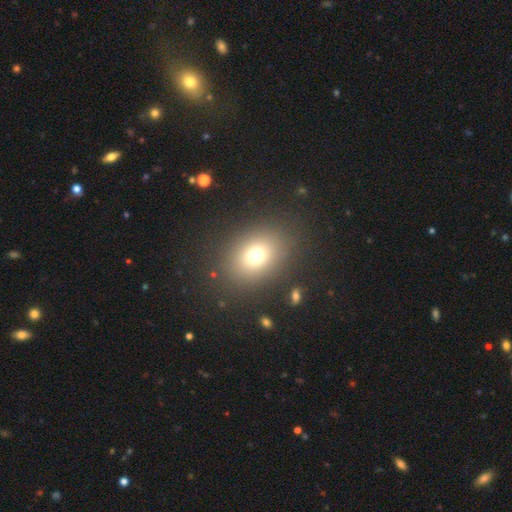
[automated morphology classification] smooth-or-featured: smooth: 72% | star or artifact: 18% | featured or disk: 11%
  how-rounded: in between: 51% | round: 48% | cigar-shaped: 1%
  merging: none: 85% | minor disturbance: 8% | major disturbance: 5% | merger: 2%